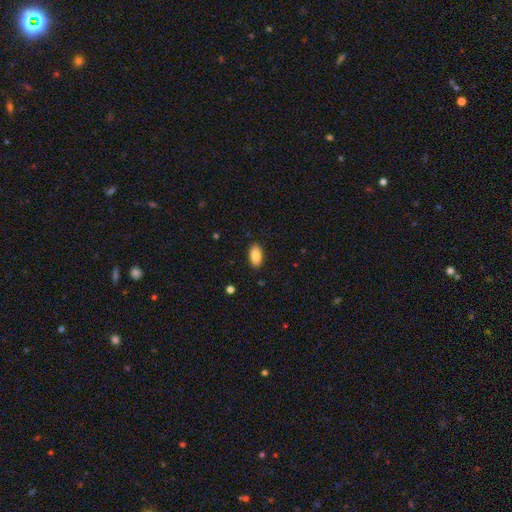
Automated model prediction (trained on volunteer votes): This appears to be a smooth galaxy with no disk features (87%) that is in between round and cigar-shaped (93%). Merging: none (89%).